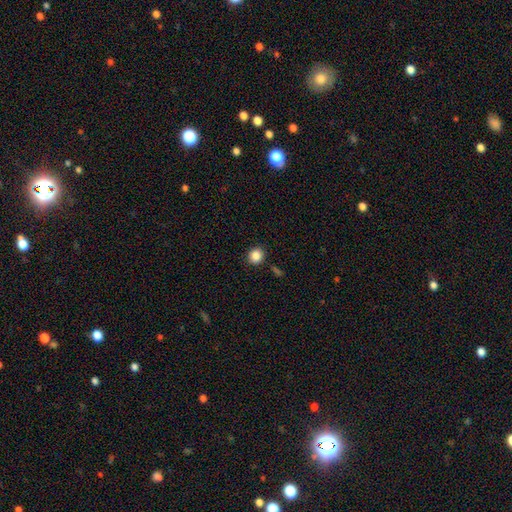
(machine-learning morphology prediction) This appears to be a smooth galaxy with no disk features (86%) that is round (83%). Merging: none (88%).